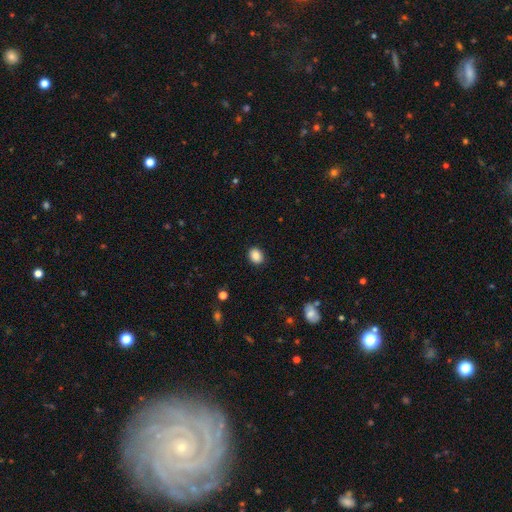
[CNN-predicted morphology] Smooth or featured? smooth (87%)
How rounded? in between (60%)
Merging? none (89%)